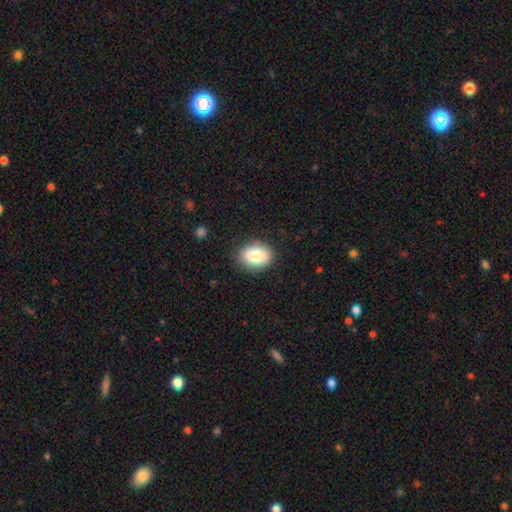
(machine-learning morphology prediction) smooth-or-featured: smooth: 84% | featured or disk: 9% | star or artifact: 8%
  how-rounded: in between: 68% | round: 30% | cigar-shaped: 1%
  merging: none: 86% | minor disturbance: 10% | major disturbance: 3% | merger: 1%